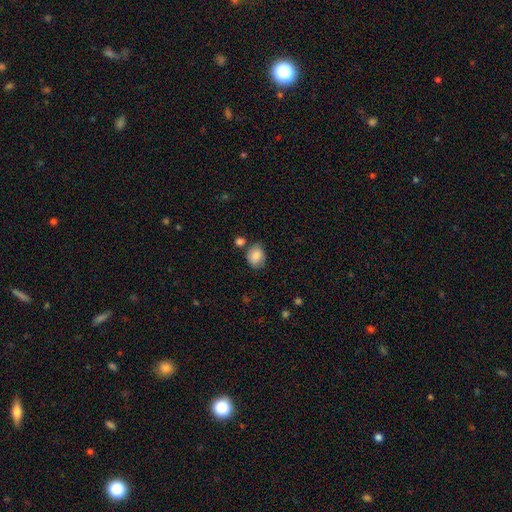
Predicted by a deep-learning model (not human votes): Morphology: type=smooth (84%); roundness=in between (55%); merging=none (64%).